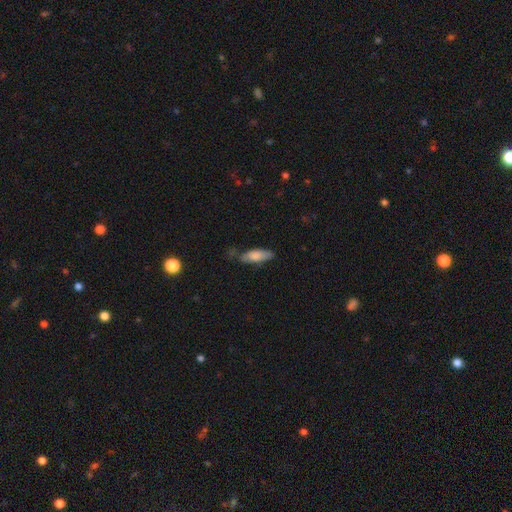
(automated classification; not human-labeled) Q: Smooth or featured?
A: smooth (79%); runner-up: featured or disk (14%)
Q: How rounded?
A: in between (54%); runner-up: cigar-shaped (44%)
Q: Merging?
A: none (61%); runner-up: minor disturbance (28%)